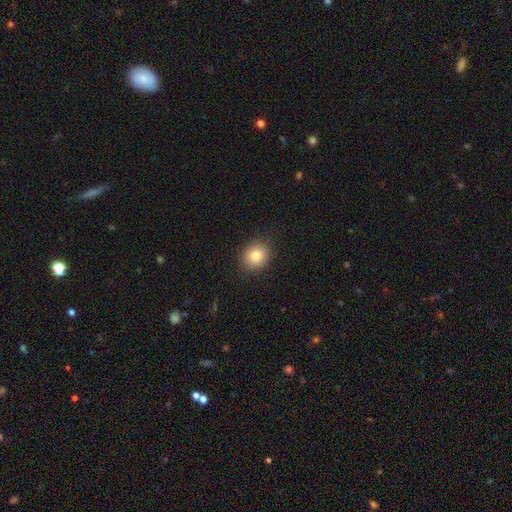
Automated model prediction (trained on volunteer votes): This appears to be a smooth galaxy with no disk features (83%) that is round (73%). Merging: none (89%).